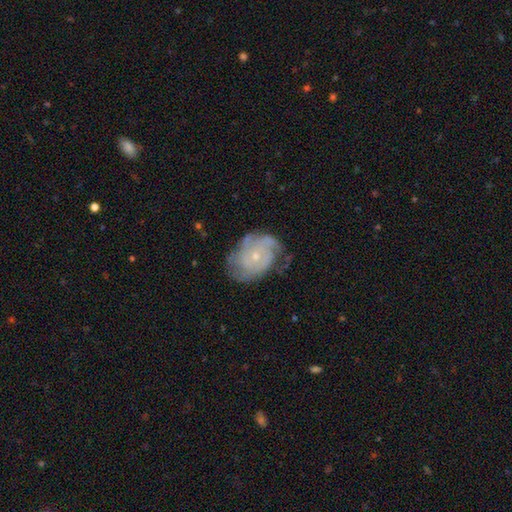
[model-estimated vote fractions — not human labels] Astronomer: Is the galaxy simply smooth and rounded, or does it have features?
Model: featured or disk — 80%.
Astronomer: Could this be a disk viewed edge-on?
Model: no — 97%.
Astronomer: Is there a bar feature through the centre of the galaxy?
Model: no — 77%.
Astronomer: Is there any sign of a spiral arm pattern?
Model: yes — 92%.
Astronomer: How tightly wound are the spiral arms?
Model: tight — 57% (runner-up: medium, 33%).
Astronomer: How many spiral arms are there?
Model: can't tell — 34% (runner-up: 2, 25%).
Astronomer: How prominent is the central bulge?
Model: small — 73%.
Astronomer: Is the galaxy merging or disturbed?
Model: none — 62%.